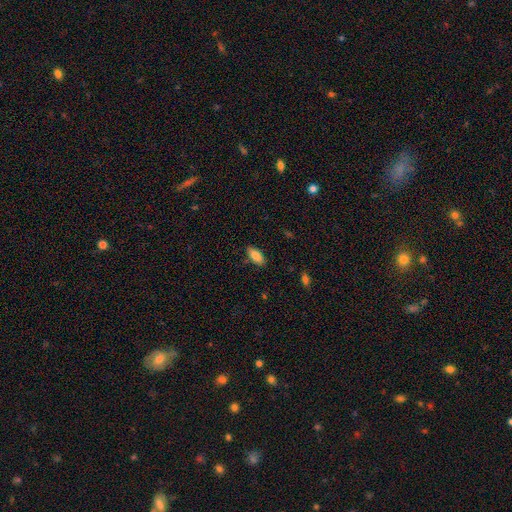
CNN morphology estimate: smooth-or-featured: smooth: 84% | featured or disk: 9% | star or artifact: 7%
  how-rounded: in between: 84% | cigar-shaped: 14% | round: 2%
  merging: none: 83% | minor disturbance: 13% | major disturbance: 3% | merger: 2%